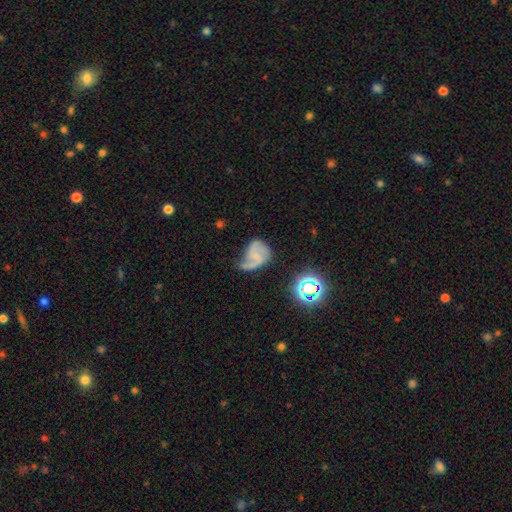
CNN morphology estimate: A featured or disk galaxy (63%) with no bar (55%), 2 (59%) loose (55%) spiral arms (85%) and no central bulge (55%).

Vote fractions:
- Smooth or featured? featured or disk: 63% / smooth: 25% / star or artifact: 12%
- Edge-on disk? no: 98% / yes: 2%
- Bar? no: 55% / weak: 34% / strong: 11%
- Spiral arms? yes: 85% / no: 15%
- Spiral winding? loose: 55% / medium: 32% / tight: 12%
- Spiral arm count? 2: 59% / 1: 22% / can't tell: 10% / 3: 6% / 4: 2% / more than 4: 2%
- Bulge size? none: 55% / small: 35% / moderate: 8% / large: 1% / dominant: 1%
- Merging? none: 34% / major disturbance: 31% / minor disturbance: 30% / merger: 5%